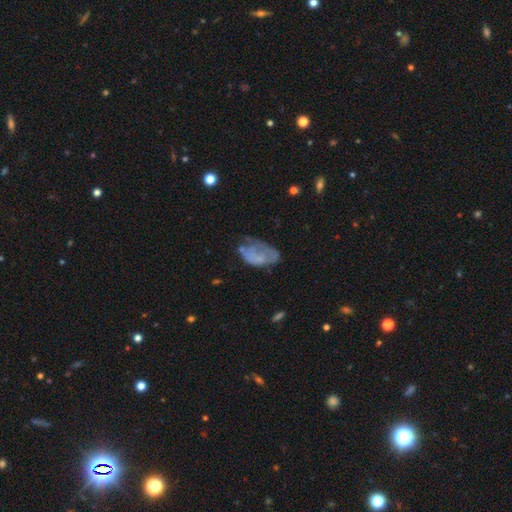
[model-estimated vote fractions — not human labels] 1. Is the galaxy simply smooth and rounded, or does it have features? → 46% smooth, 43% featured or disk, 11% star or artifact.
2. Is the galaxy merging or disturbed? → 40% none, 31% minor disturbance, 24% major disturbance, 5% merger.